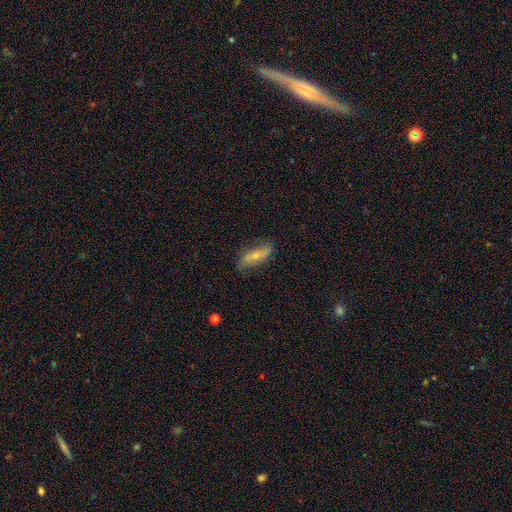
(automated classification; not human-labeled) Smooth or featured? featured or disk (49%)
Merging? none (70%)